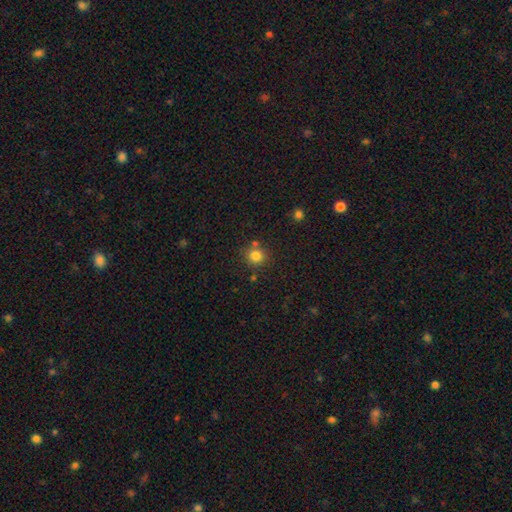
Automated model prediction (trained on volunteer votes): Smooth or featured: smooth — 81% (star or artifact — 13%)
How rounded: round — 90% (in between — 9%)
Merging: none — 78% (merger — 11%)